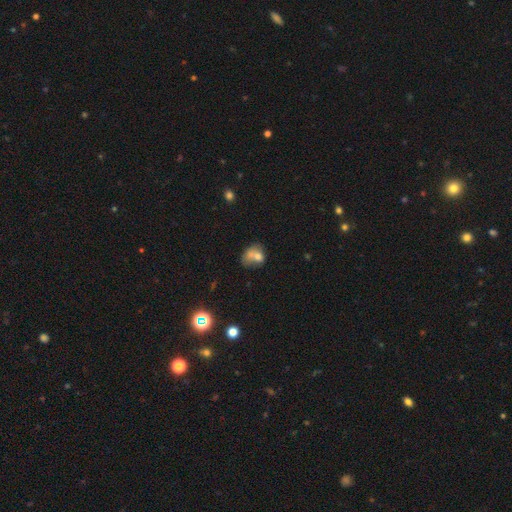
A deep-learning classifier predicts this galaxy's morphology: Q: Smooth or featured?
A: smooth (65%); runner-up: featured or disk (23%)
Q: How rounded?
A: in between (55%); runner-up: round (44%)
Q: Merging?
A: merger (43%); runner-up: none (25%)